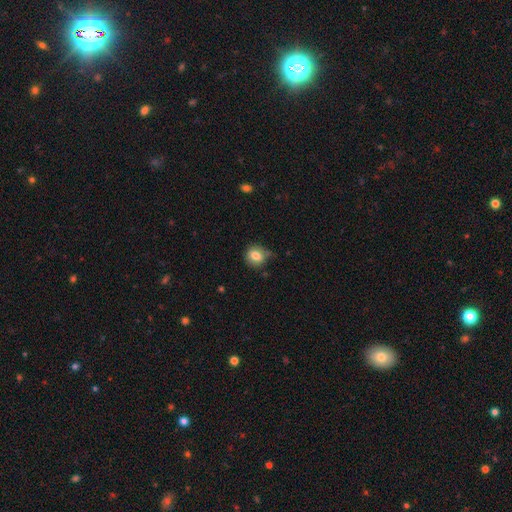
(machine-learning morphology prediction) type=smooth (80%); roundness=round (74%); merging=none (67%).